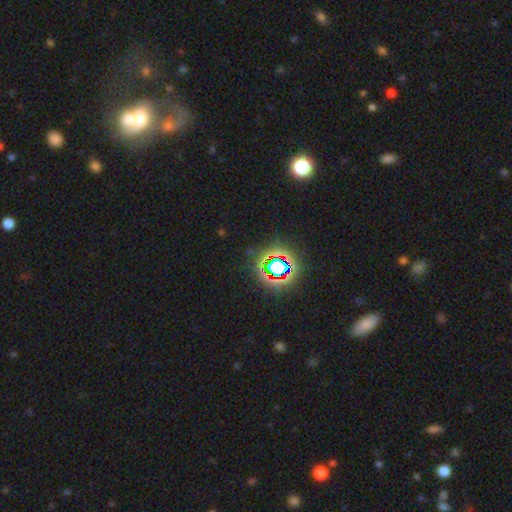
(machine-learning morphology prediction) The model was most divided on "smooth or featured": star or artifact: 71%, smooth: 18%, featured or disk: 11%.